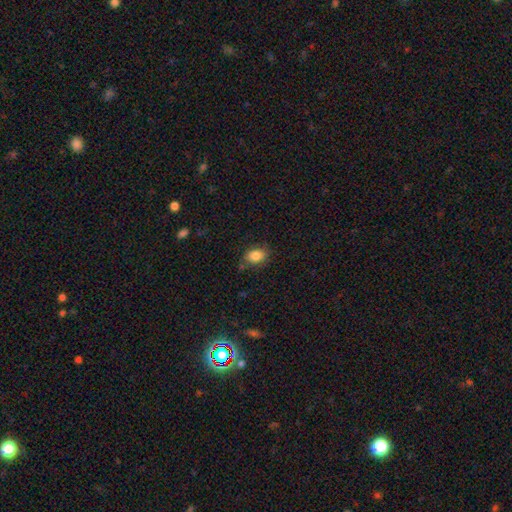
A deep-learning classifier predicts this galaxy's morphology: type=smooth (83%); roundness=in between (74%); merging=none (73%).